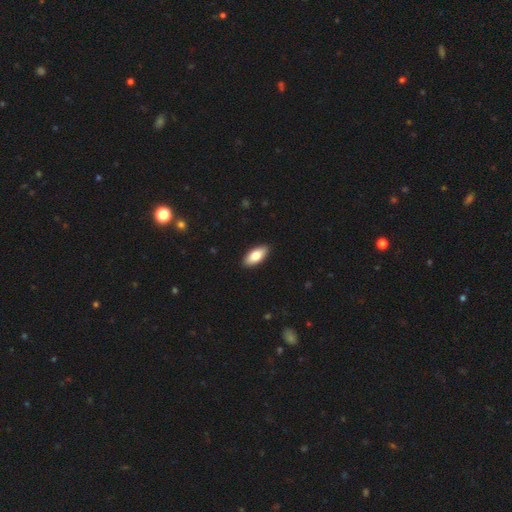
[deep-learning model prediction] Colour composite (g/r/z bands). It shows a smooth galaxy with no disk features (80%) that is in between round and cigar-shaped (89%). Merging: none (91%).